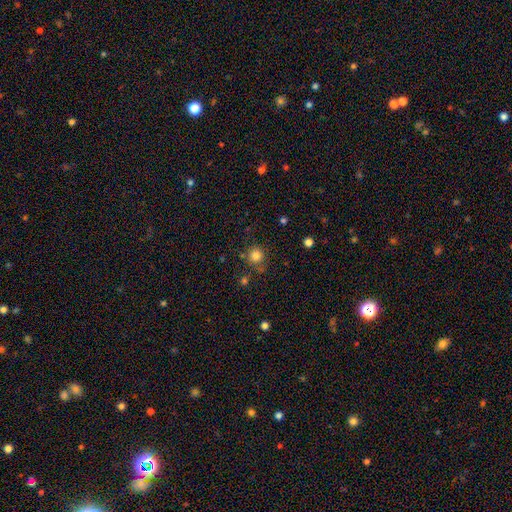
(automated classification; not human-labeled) smooth 82%, star or artifact 13%, featured or disk 5%. Down the decision tree: how rounded — round (93%); merging — none (81%).